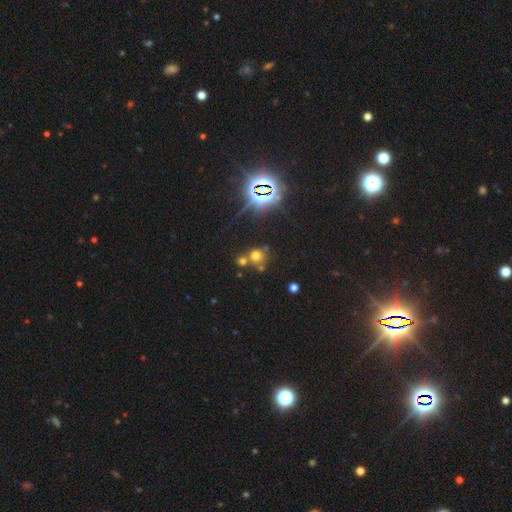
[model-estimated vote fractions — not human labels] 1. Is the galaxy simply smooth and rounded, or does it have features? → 55% smooth, 32% star or artifact, 13% featured or disk.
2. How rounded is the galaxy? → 87% round, 12% in between, 1% cigar-shaped.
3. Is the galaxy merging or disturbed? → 54% none, 33% merger, 9% minor disturbance, 4% major disturbance.